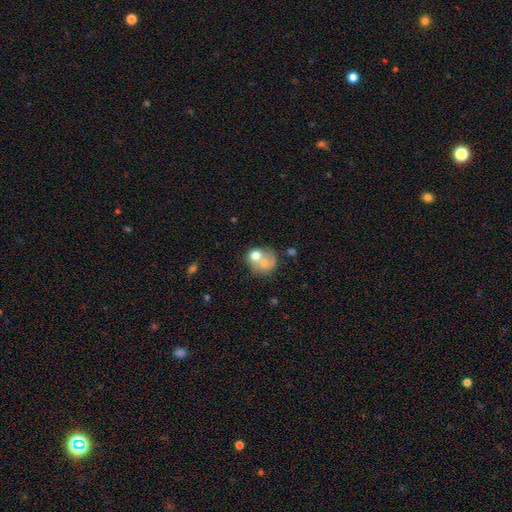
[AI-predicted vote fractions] Smooth or featured? smooth (59%)
How rounded? round (65%)
Merging? merger (56%)